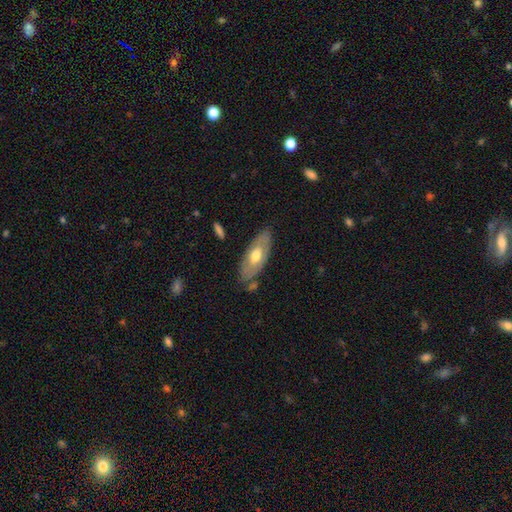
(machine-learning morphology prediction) Smooth or featured?
  - featured or disk: 47% * (tied)
  - smooth: 47% * (tied)
  - star or artifact: 5%
Merging?
  - none: 76% *
  - minor disturbance: 17%
  - major disturbance: 4%
  - merger: 3%